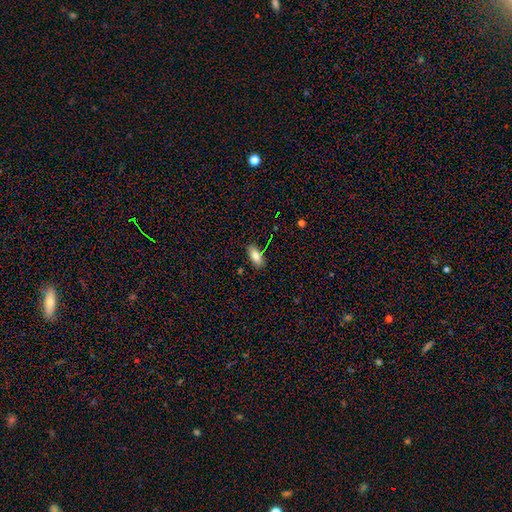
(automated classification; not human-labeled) Q: Smooth or featured?
A: smooth (80%); runner-up: featured or disk (12%)
Q: How rounded?
A: in between (84%); runner-up: cigar-shaped (13%)
Q: Merging?
A: none (81%); runner-up: minor disturbance (14%)